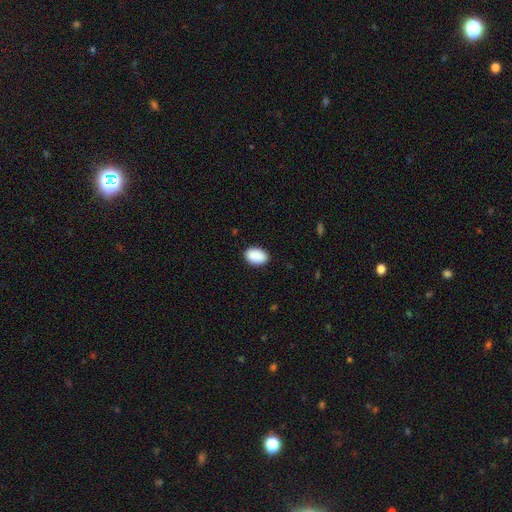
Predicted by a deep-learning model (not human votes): Smooth or featured? smooth (90%)
How rounded? in between (88%)
Merging? none (85%)